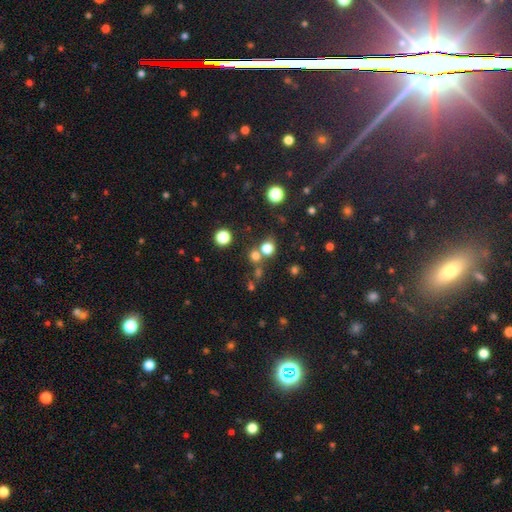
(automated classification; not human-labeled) Smooth or featured?
  - smooth: 69% *
  - star or artifact: 23%
  - featured or disk: 7%
How rounded?
  - round: 86% *
  - in between: 13%
  - cigar-shaped: 1%
Merging?
  - none: 64% *
  - merger: 25%
  - minor disturbance: 7%
  - major disturbance: 4%